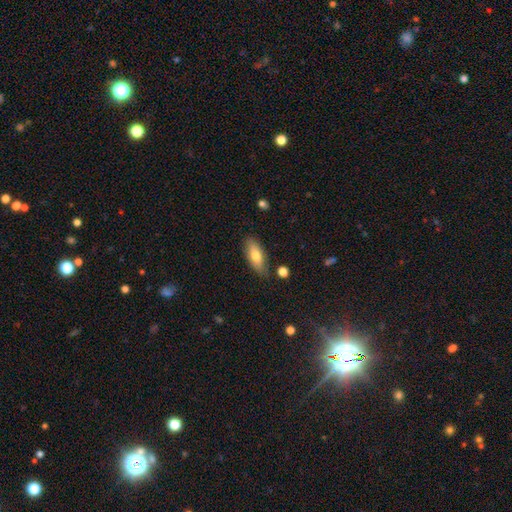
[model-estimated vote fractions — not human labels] Q: Smooth or featured?
A: smooth (73%); runner-up: featured or disk (20%)
Q: How rounded?
A: in between (78%); runner-up: cigar-shaped (19%)
Q: Merging?
A: none (77%); runner-up: minor disturbance (17%)